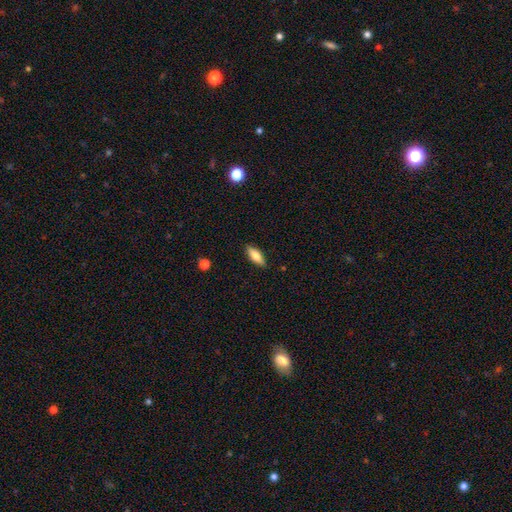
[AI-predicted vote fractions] Q: Smooth or featured?
A: smooth (69%); runner-up: featured or disk (25%)
Q: How rounded?
A: in between (64%); runner-up: cigar-shaped (34%)
Q: Merging?
A: none (88%); runner-up: minor disturbance (9%)